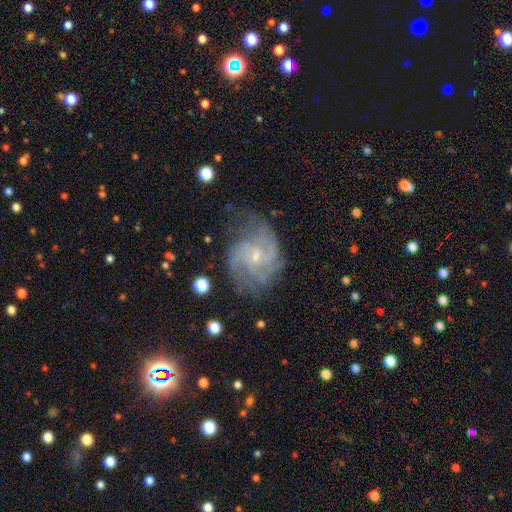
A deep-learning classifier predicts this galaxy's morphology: Smooth or featured? Predicted: featured or disk (p=0.83). Edge-on disk? Predicted: no (p=0.98). Bar? Predicted: no (p=0.62). Spiral arms? Predicted: yes (p=0.94). Spiral winding? Predicted: tight (p=0.43). Spiral arm count? Predicted: can't tell (p=0.32). Bulge size? Predicted: small (p=0.77). Merging? Predicted: none (p=0.60).